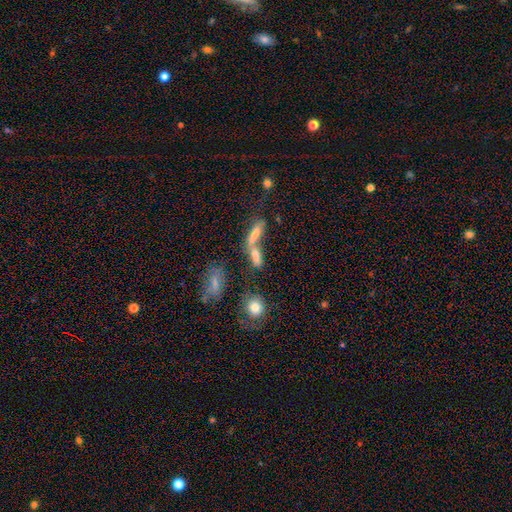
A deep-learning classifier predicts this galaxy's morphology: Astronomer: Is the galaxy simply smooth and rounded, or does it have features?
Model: smooth — 65%.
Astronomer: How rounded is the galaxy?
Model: in between — 47% (runner-up: cigar-shaped, 46%).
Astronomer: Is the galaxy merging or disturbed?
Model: merger — 59%.